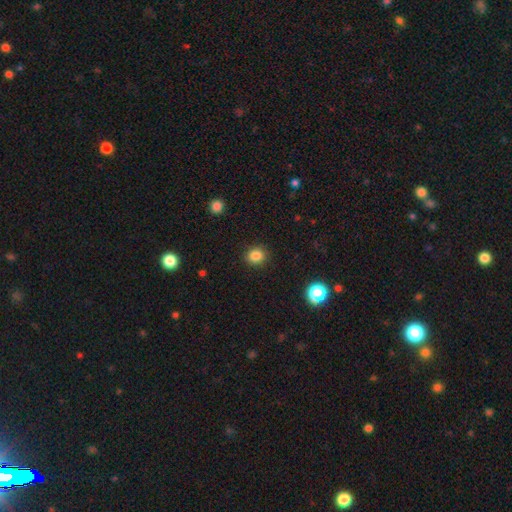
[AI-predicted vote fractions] smooth 85%, star or artifact 11%, featured or disk 4%. Down the decision tree: how rounded — round (72%); merging — none (90%).